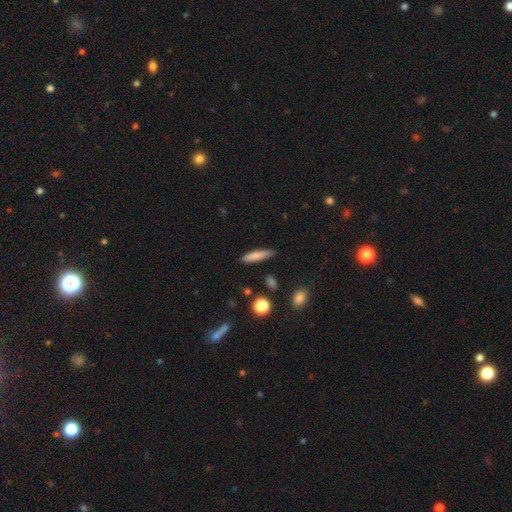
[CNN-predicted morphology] This appears to be a smooth galaxy with no disk features (80%) that is cigar-shaped (81%). Merging: none (82%).